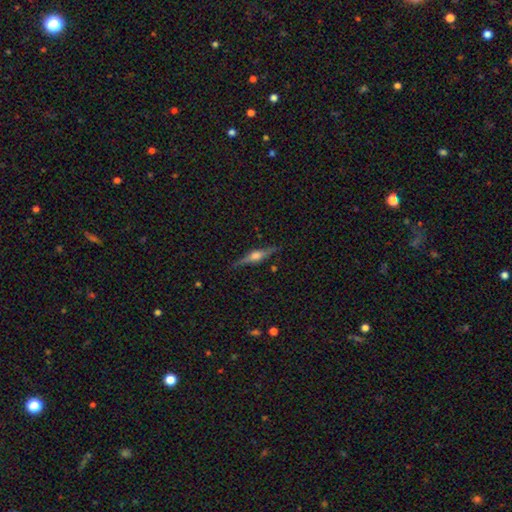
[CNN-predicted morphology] The model was most divided on "smooth or featured": featured or disk: 78%, smooth: 15%, star or artifact: 7%. More confident: edge-on disk — yes (98%); merging — none (88%); edge-on bulge — rounded (86%).